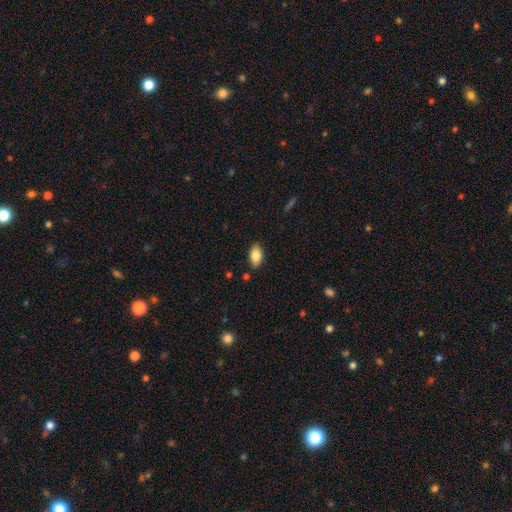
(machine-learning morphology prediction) A smooth galaxy with no disk features (83%) that is in between round and cigar-shaped (92%).

Vote fractions:
- Smooth or featured? smooth: 83% / featured or disk: 10% / star or artifact: 7%
- How rounded? in between: 92% / round: 4% / cigar-shaped: 4%
- Merging? none: 86% / minor disturbance: 10% / major disturbance: 2% / merger: 1%